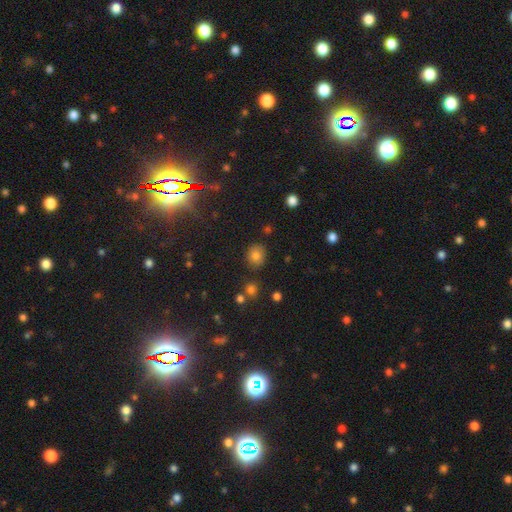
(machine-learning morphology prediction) Smooth or featured? smooth (79%)
How rounded? round (76%)
Merging? none (83%)